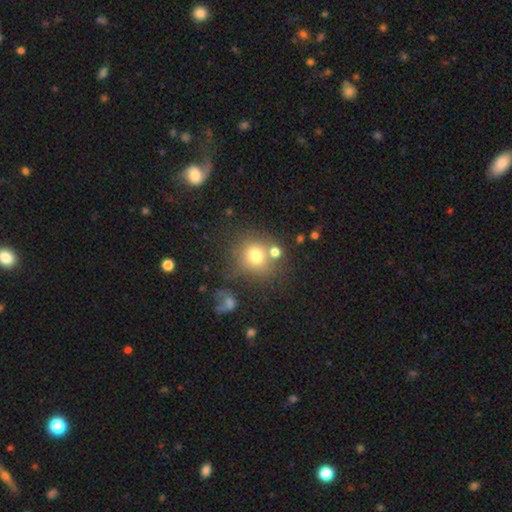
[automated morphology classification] Q: Smooth or featured?
A: smooth (73%); runner-up: star or artifact (15%)
Q: How rounded?
A: round (85%); runner-up: in between (14%)
Q: Merging?
A: none (62%); runner-up: merger (18%)